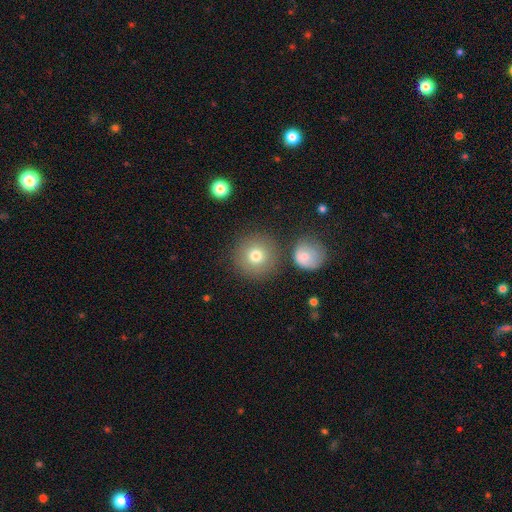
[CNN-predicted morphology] smooth-or-featured: smooth: 78% | star or artifact: 11% | featured or disk: 11%
  how-rounded: round: 94% | in between: 5% | cigar-shaped: 1%
  merging: none: 81% | minor disturbance: 8% | merger: 7% | major disturbance: 3%